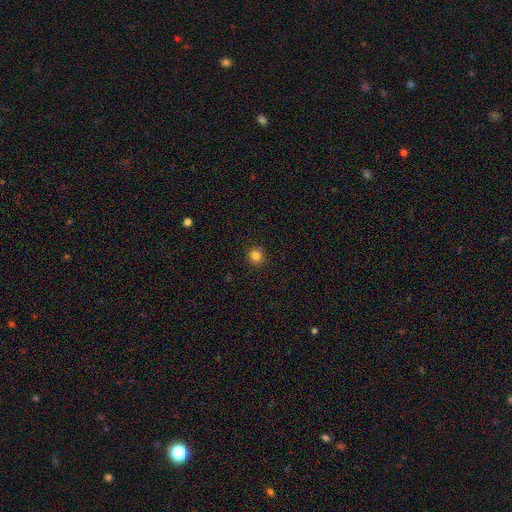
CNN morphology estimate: Q: Smooth or featured?
A: smooth (83%); runner-up: star or artifact (12%)
Q: How rounded?
A: round (90%); runner-up: in between (9%)
Q: Merging?
A: none (91%); runner-up: minor disturbance (6%)